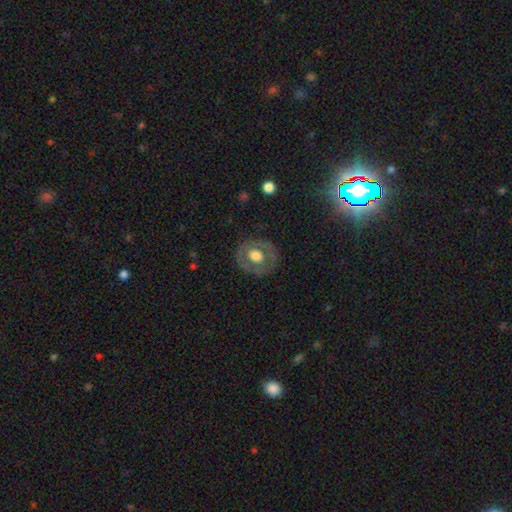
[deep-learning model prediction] Smooth or featured? featured or disk (50%)
Merging? none (79%)